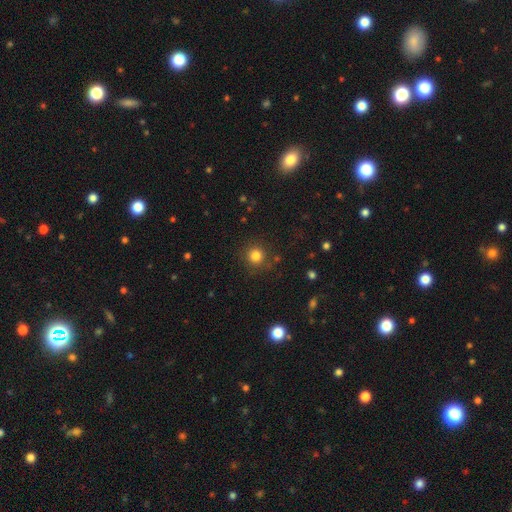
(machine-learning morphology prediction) smooth-or-featured: smooth: 81% | star or artifact: 13% | featured or disk: 5%
  how-rounded: round: 94% | in between: 5% | cigar-shaped: 1%
  merging: none: 85% | minor disturbance: 9% | major disturbance: 4% | merger: 2%